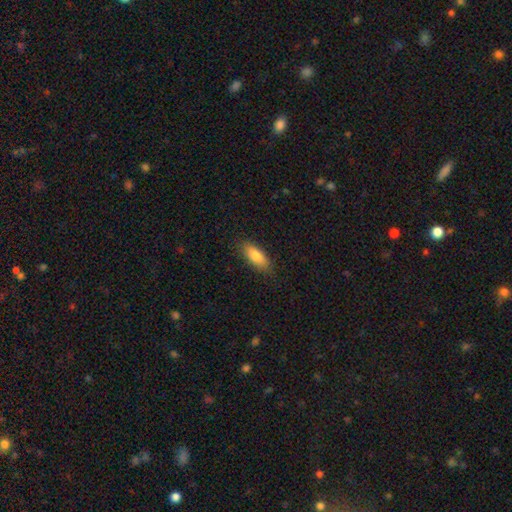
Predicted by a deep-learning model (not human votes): Smooth or featured?
  - smooth: 81% *
  - featured or disk: 13%
  - star or artifact: 6%
How rounded?
  - in between: 75% *
  - cigar-shaped: 23%
  - round: 2%
Merging?
  - none: 83% *
  - minor disturbance: 13%
  - major disturbance: 3%
  - merger: 1%